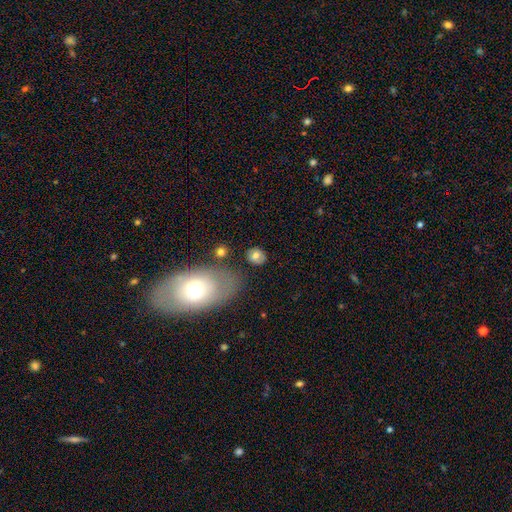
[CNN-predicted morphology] smooth-or-featured: smooth: 71% | featured or disk: 19% | star or artifact: 10%
  how-rounded: round: 62% | in between: 37% | cigar-shaped: 1%
  merging: none: 77% | minor disturbance: 12% | major disturbance: 5% | merger: 5%